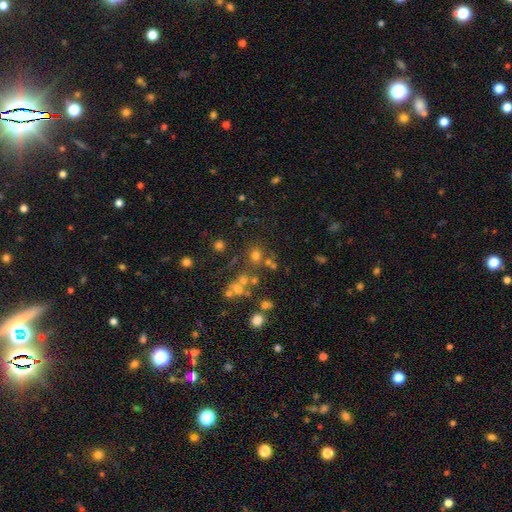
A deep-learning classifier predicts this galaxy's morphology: smooth_or_featured: smooth (p=0.63) [alt: star or artifact p=0.24]
how_rounded: round (p=0.82) [alt: in between p=0.17]
merging: none (p=0.65) [alt: merger p=0.19]